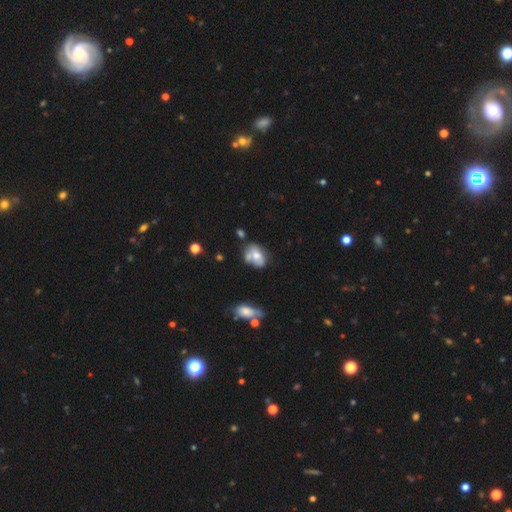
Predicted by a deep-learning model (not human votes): Q: Smooth or featured?
A: smooth (57%); runner-up: featured or disk (35%)
Q: How rounded?
A: in between (80%); runner-up: round (18%)
Q: Merging?
A: none (38%); runner-up: merger (26%)